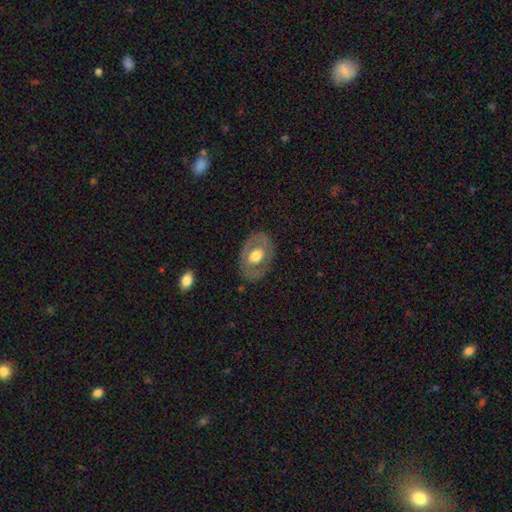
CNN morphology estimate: A featured or disk galaxy (49%). Merging: none (78%).